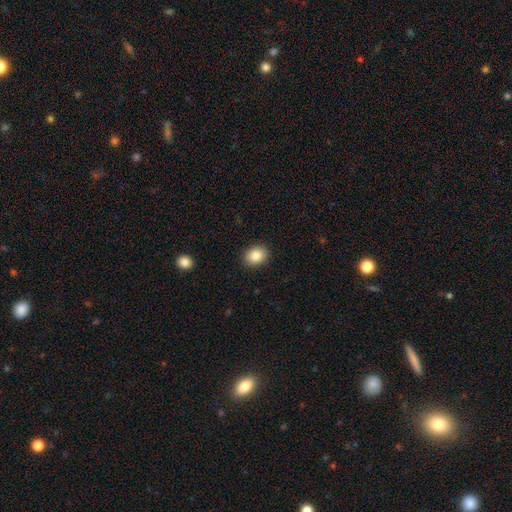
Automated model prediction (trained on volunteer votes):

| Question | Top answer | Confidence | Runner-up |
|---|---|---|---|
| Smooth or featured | smooth | 86% | star or artifact (8%) |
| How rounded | in between | 58% | round (41%) |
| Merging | none | 90% | minor disturbance (7%) |